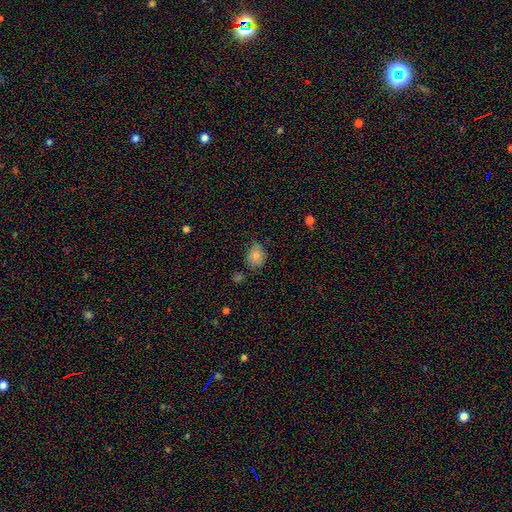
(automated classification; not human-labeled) smooth_or_featured: smooth (p=0.77) [alt: featured or disk p=0.13]
how_rounded: in between (p=0.52) [alt: round p=0.47]
merging: none (p=0.57) [alt: minor disturbance p=0.32]